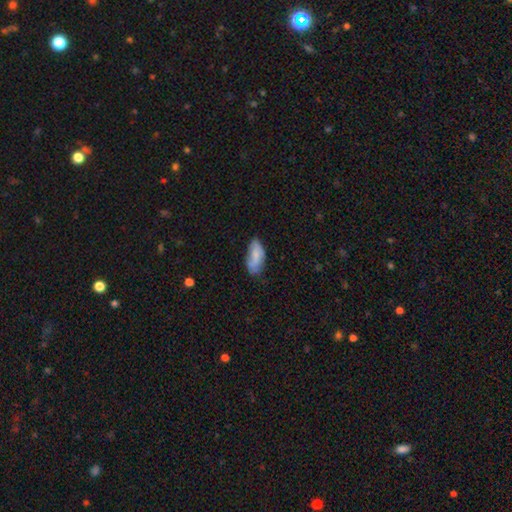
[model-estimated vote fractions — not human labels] The model was most divided on "merging": none: 58%, minor disturbance: 31%, major disturbance: 8%, merger: 3%. More confident: how rounded — in between (91%); smooth or featured — smooth (70%).